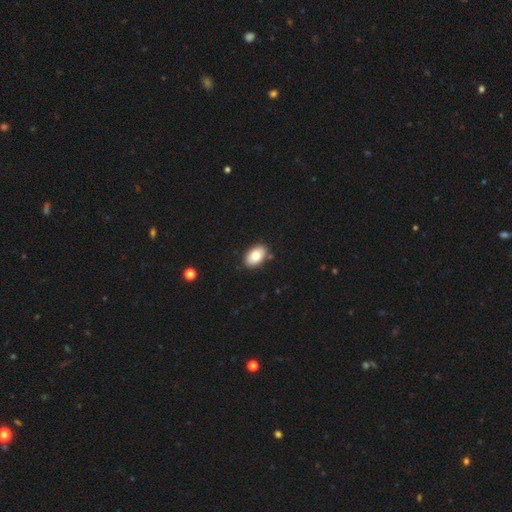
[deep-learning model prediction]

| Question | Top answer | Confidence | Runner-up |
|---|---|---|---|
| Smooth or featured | smooth | 77% | featured or disk (16%) |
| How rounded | in between | 89% | round (9%) |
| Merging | none | 86% | minor disturbance (9%) |